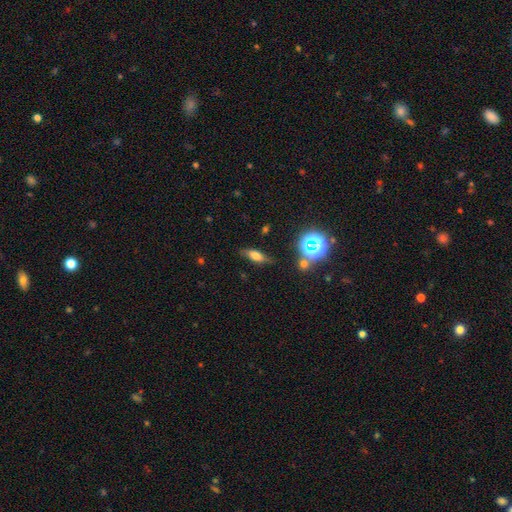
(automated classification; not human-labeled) smooth_or_featured: smooth (p=0.59) [alt: featured or disk p=0.25]
how_rounded: in between (p=0.60) [alt: cigar-shaped p=0.33]
merging: none (p=0.75) [alt: minor disturbance p=0.17]